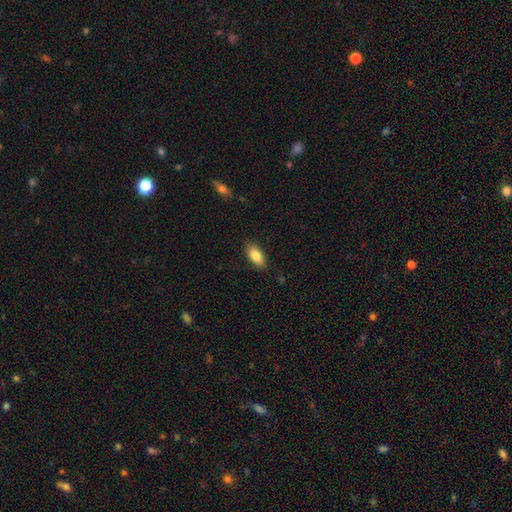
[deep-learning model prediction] Smooth or featured: smooth — 84% (featured or disk — 9%)
How rounded: in between — 89% (cigar-shaped — 9%)
Merging: none — 87% (minor disturbance — 10%)